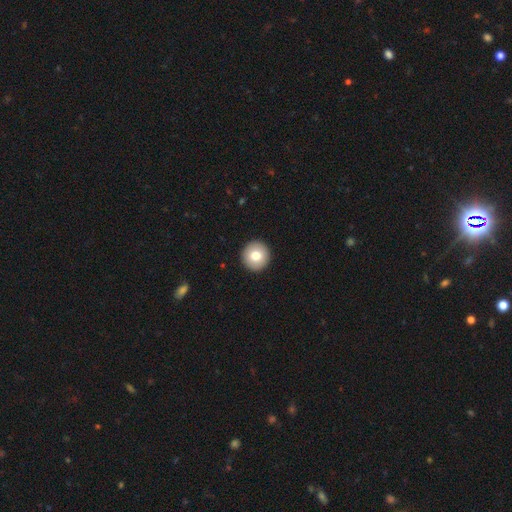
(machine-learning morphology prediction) smooth 79%, featured or disk 13%, star or artifact 8%. Down the decision tree: how rounded — round (95%); merging — none (94%).